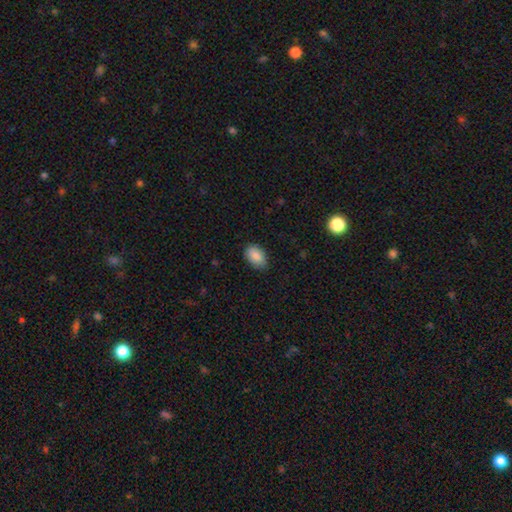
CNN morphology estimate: Smooth or featured? Predicted: smooth (p=0.88). How rounded? Predicted: in between (p=0.90). Merging? Predicted: none (p=0.83).